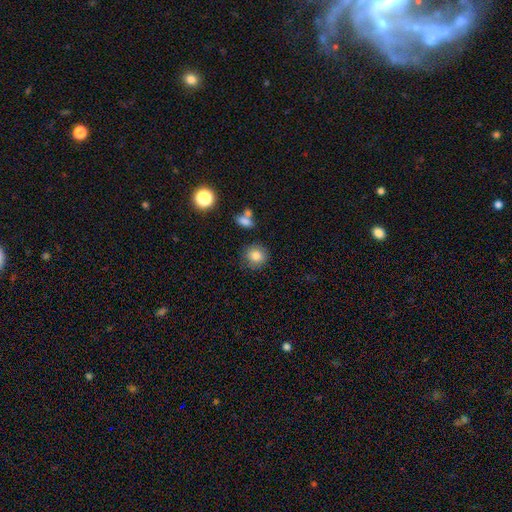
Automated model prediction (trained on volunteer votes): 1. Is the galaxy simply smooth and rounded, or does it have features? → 84% smooth, 9% star or artifact, 7% featured or disk.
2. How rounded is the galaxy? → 86% round, 13% in between, 1% cigar-shaped.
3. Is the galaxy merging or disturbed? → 80% none, 12% minor disturbance, 5% merger, 4% major disturbance.